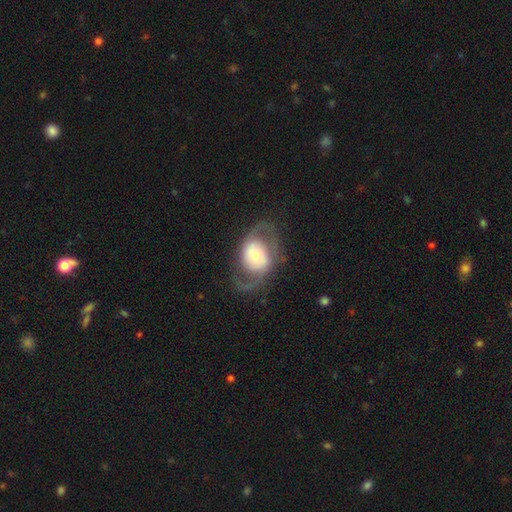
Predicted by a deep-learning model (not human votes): Smooth or featured: featured or disk — 65% (smooth — 28%)
Edge-on disk: no — 95% (yes — 5%)
Bar: no — 64% (weak — 24%)
Spiral arms: yes — 69% (no — 31%)
Bulge size: moderate — 49% (small — 29%)
Merging: none — 63% (major disturbance — 19%)